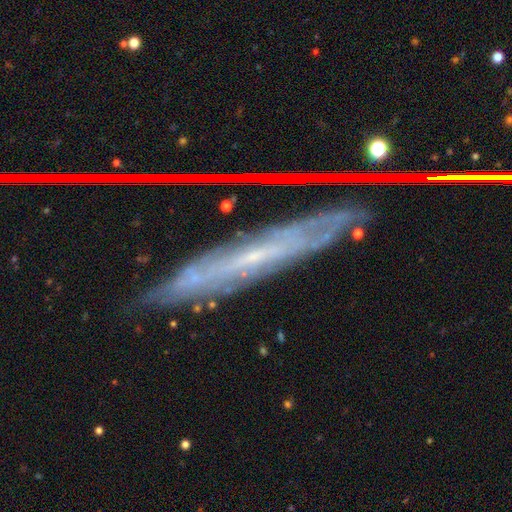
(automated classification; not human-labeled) Q: Smooth or featured?
A: featured or disk (71%); runner-up: smooth (17%)
Q: Edge-on disk?
A: yes (53%); runner-up: no (47%)
Q: Merging?
A: none (79%); runner-up: minor disturbance (15%)